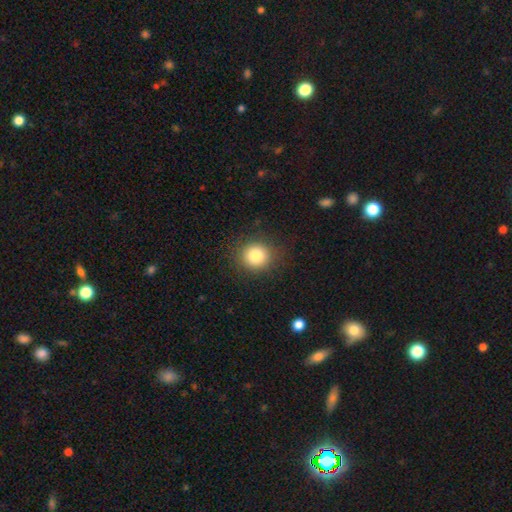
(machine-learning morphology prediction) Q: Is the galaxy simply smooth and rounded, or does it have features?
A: smooth — 82%.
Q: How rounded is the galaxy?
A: round — 89%.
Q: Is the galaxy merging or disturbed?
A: none — 88%.